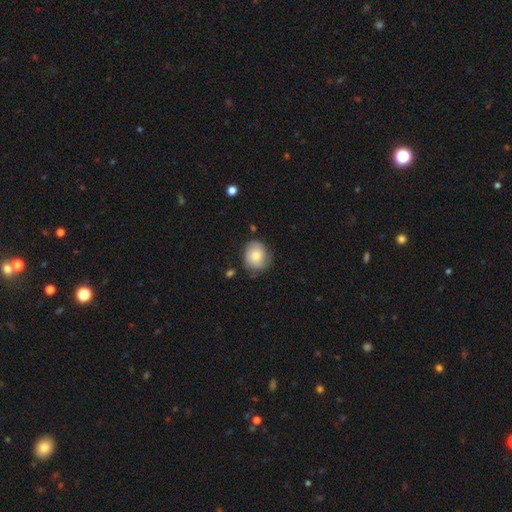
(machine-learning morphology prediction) type=smooth (78%); roundness=round (73%); merging=none (74%).